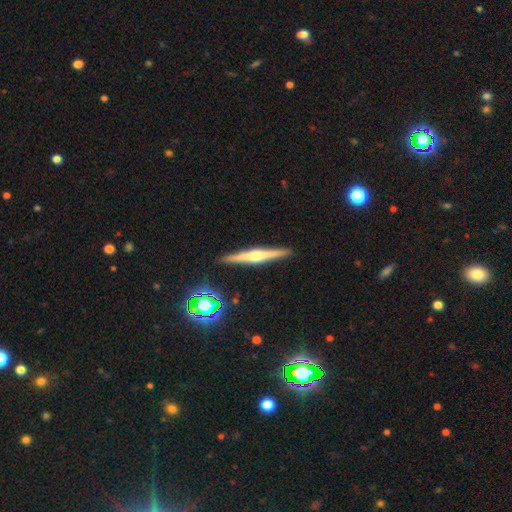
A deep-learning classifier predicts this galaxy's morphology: featured or disk 73%, smooth 19%, star or artifact 8%. Down the decision tree: edge-on disk — yes (98%); edge-on bulge — rounded (89%); merging — none (92%).